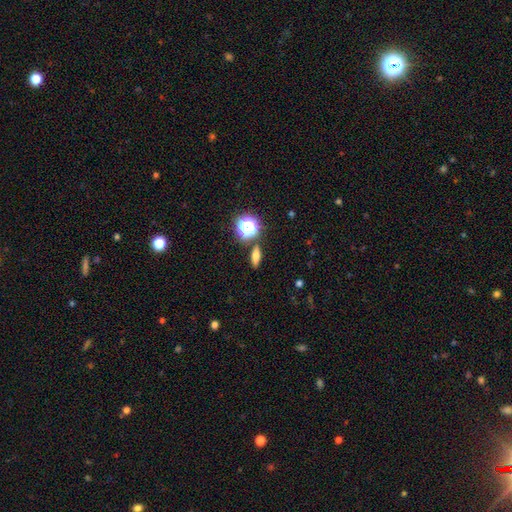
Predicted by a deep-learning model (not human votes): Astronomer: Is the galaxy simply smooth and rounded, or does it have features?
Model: smooth — 64%.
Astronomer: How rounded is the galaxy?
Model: in between — 48% (runner-up: cigar-shaped, 34%).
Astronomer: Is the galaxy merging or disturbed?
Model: none — 84%.